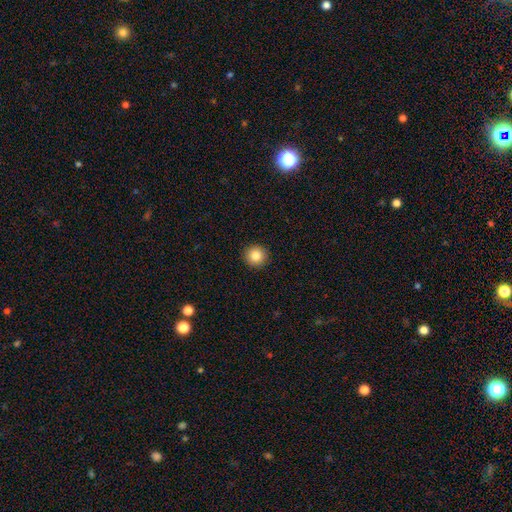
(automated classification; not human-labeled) A smooth galaxy with no disk features (85%) that is round (95%). Merging: none (93%).